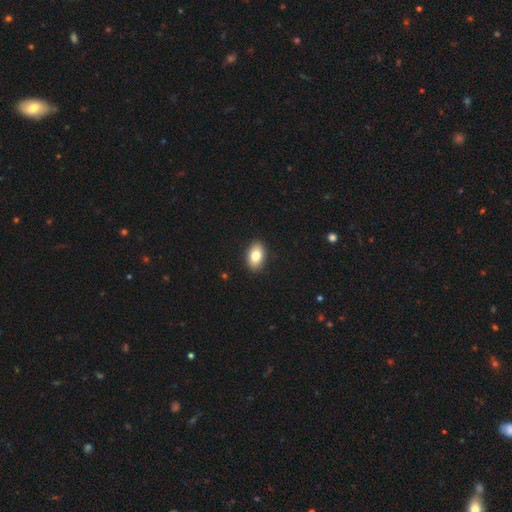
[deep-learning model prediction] Morphology: type=smooth (81%); roundness=in between (90%); merging=none (90%).